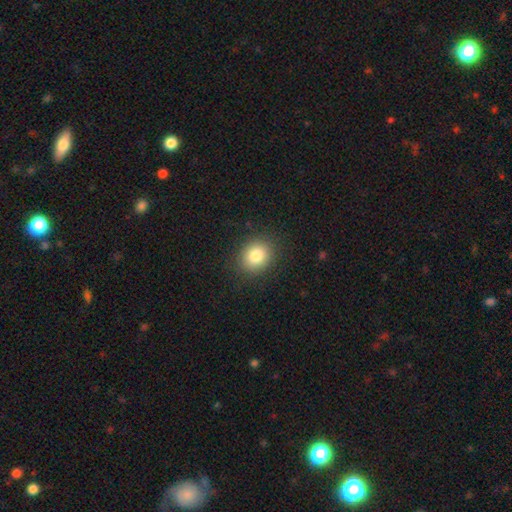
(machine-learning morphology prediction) smooth_or_featured: smooth (p=0.82) [alt: star or artifact p=0.10]
how_rounded: round (p=0.62) [alt: in between p=0.37]
merging: none (p=0.87) [alt: minor disturbance p=0.09]